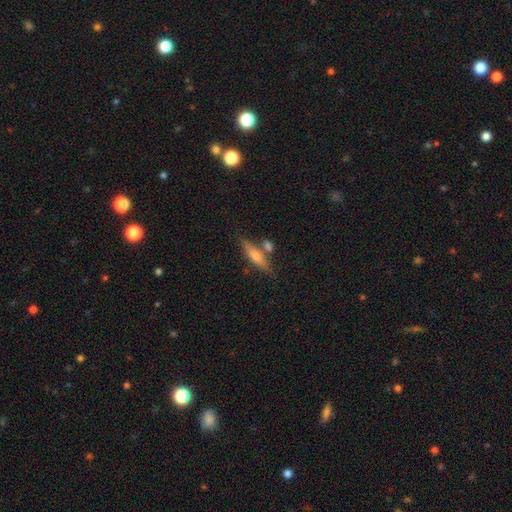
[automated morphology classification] Smooth or featured: featured or disk — 46% (tied with smooth — 46%)
Merging: none — 69% (merger — 15%)